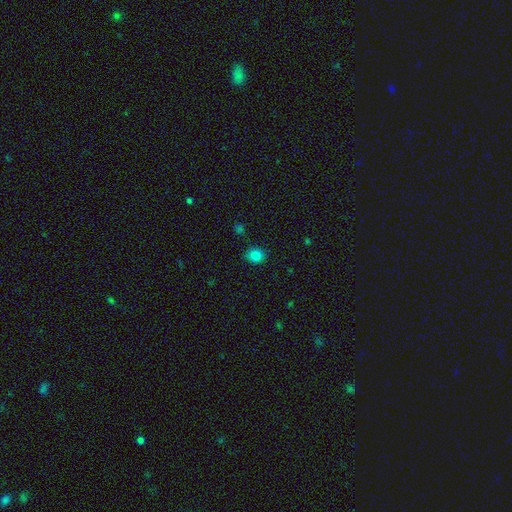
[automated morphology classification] Smooth or featured? Predicted: smooth (p=0.83). How rounded? Predicted: round (p=0.72). Merging? Predicted: none (p=0.86).